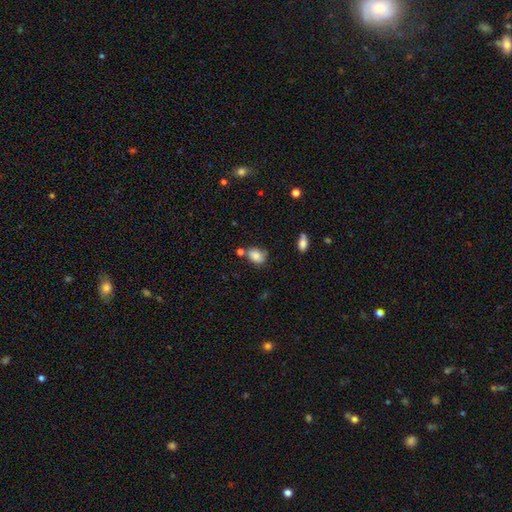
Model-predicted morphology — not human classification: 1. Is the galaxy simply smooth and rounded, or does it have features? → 77% smooth, 13% featured or disk, 9% star or artifact.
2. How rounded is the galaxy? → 68% in between, 31% round, 1% cigar-shaped.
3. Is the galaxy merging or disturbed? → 51% none, 27% minor disturbance, 14% merger, 8% major disturbance.